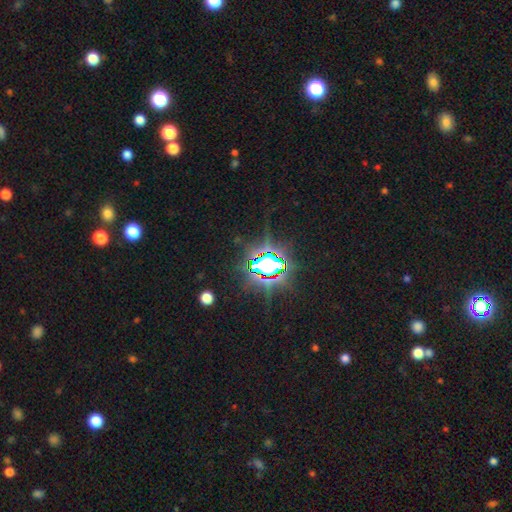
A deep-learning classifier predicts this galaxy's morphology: This is likely a star or artifact rather than a galaxy (79%).